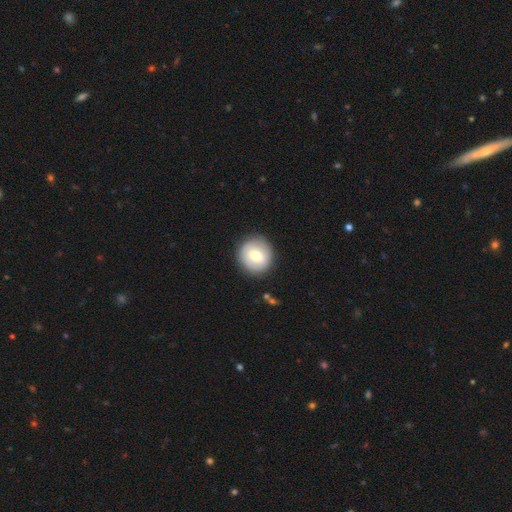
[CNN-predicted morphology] Q: Smooth or featured?
A: smooth (67%); runner-up: featured or disk (27%)
Q: How rounded?
A: round (90%); runner-up: in between (9%)
Q: Merging?
A: none (88%); runner-up: minor disturbance (8%)